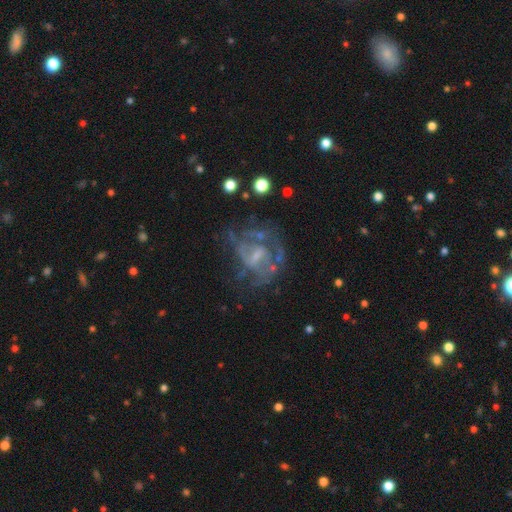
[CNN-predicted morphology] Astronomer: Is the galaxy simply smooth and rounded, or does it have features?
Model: featured or disk — 76%.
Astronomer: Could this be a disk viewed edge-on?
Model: no — 97%.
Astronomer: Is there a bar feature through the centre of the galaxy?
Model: weak — 49% (runner-up: no, 34%).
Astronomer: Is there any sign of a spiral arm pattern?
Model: yes — 62% (runner-up: no, 38%).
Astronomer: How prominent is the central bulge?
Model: small — 39% (runner-up: none, 30%).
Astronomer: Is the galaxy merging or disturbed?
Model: none — 47% (runner-up: major disturbance, 28%).